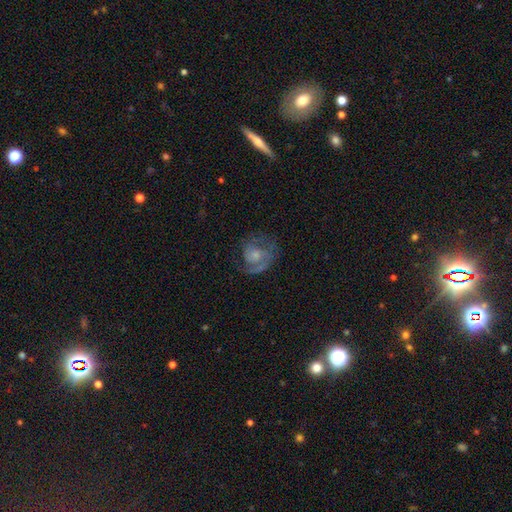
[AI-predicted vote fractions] Morphology: type=featured or disk (69%); edge-on=no (98%); bar=no (70%); spiral arms=yes (88%); winding=medium (45%); arm count=2 (48%); bulge=moderate (41%); merging=none (59%).